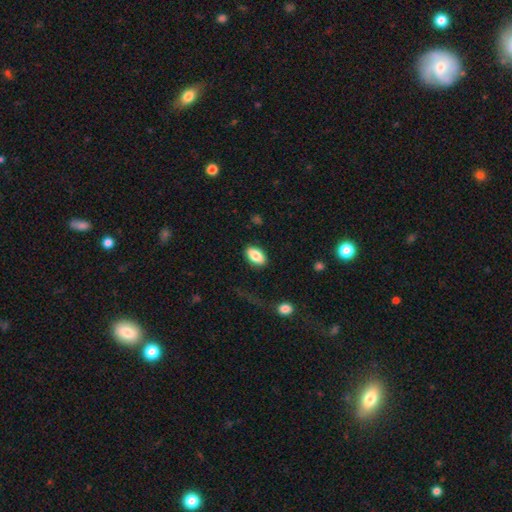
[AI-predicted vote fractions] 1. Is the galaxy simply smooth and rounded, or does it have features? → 83% smooth, 10% featured or disk, 7% star or artifact.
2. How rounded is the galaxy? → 92% in between, 4% round, 4% cigar-shaped.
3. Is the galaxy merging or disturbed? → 86% none, 9% minor disturbance, 3% major disturbance, 1% merger.